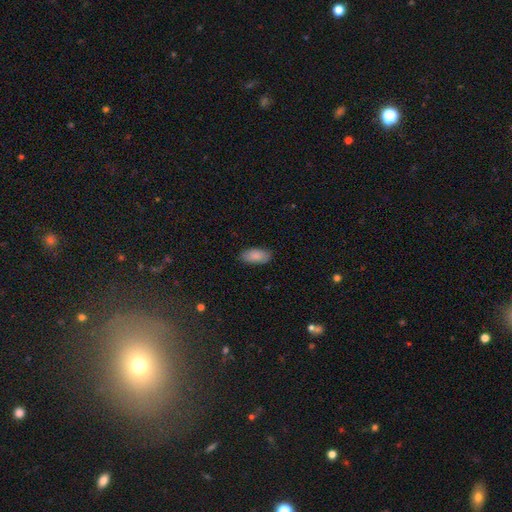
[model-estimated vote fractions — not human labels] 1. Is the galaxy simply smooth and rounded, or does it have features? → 88% smooth, 6% star or artifact, 6% featured or disk.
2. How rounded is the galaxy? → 91% in between, 7% cigar-shaped, 2% round.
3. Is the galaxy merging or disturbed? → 85% none, 12% minor disturbance, 2% major disturbance, 1% merger.